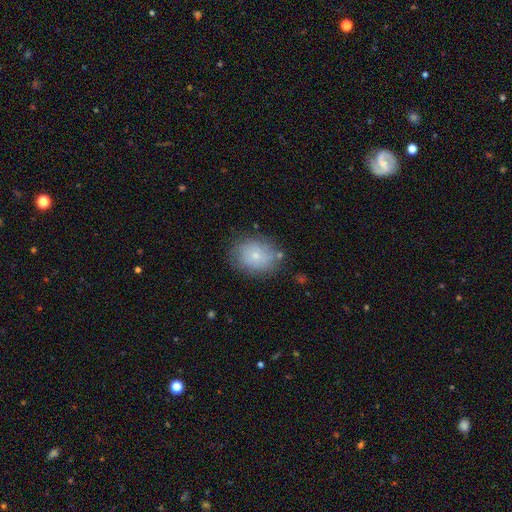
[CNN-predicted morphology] smooth-or-featured: smooth: 70% | featured or disk: 22% | star or artifact: 9%
  how-rounded: round: 52% | in between: 47% | cigar-shaped: 1%
  merging: none: 73% | minor disturbance: 19% | major disturbance: 6% | merger: 3%